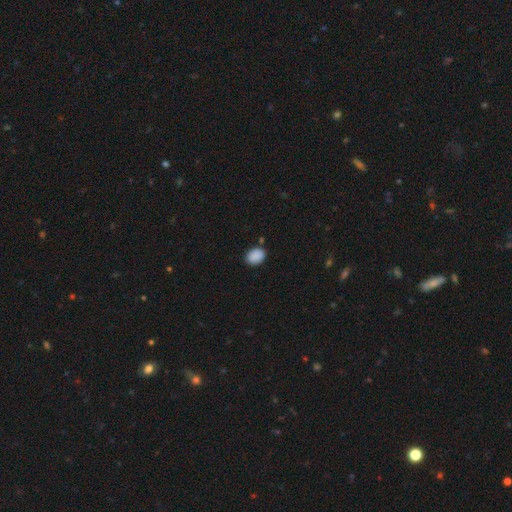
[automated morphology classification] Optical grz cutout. It shows a smooth galaxy with no disk features (89%) that is in between round and cigar-shaped (68%). Merging: none (84%).